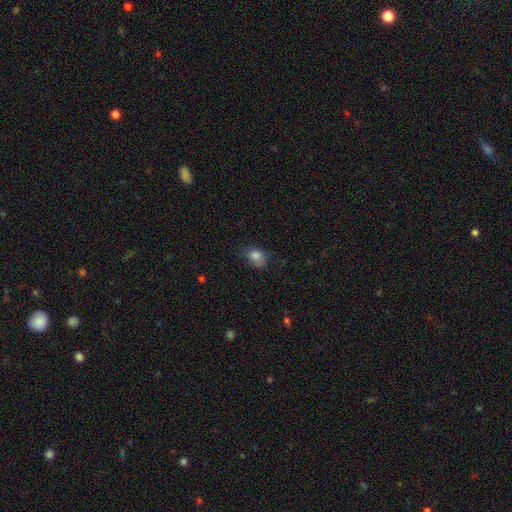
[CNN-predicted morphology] Q: Smooth or featured?
A: smooth (83%); runner-up: star or artifact (10%)
Q: How rounded?
A: in between (67%); runner-up: round (31%)
Q: Merging?
A: none (54%); runner-up: minor disturbance (32%)